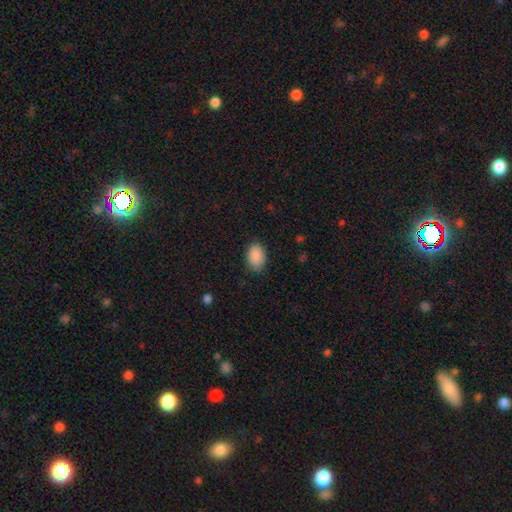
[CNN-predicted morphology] Smooth or featured: smooth — 90% (star or artifact — 7%)
How rounded: in between — 88% (round — 11%)
Merging: none — 83% (minor disturbance — 13%)